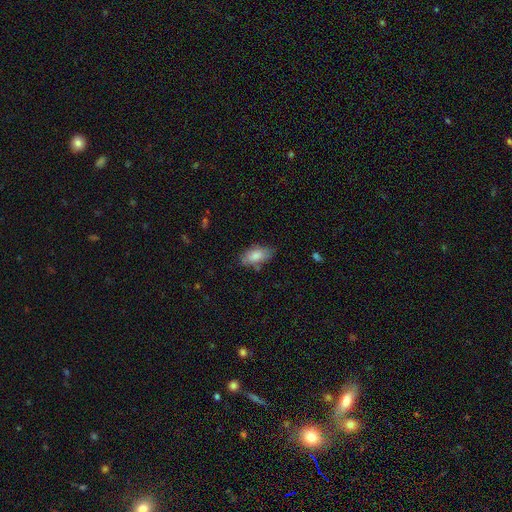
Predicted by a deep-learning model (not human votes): The model was most divided on "merging": none: 66%, minor disturbance: 24%, major disturbance: 6%, merger: 3%. More confident: how rounded — in between (91%); smooth or featured — smooth (80%).